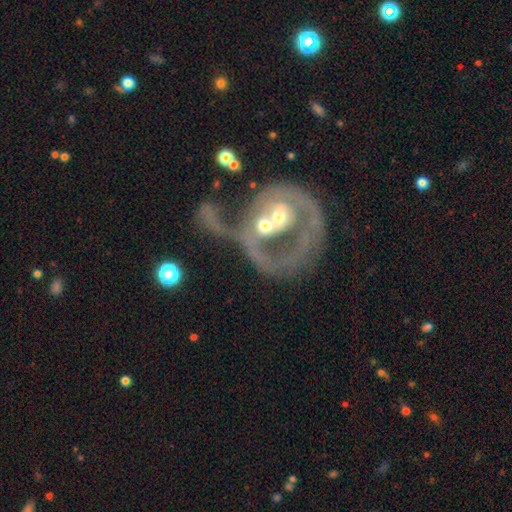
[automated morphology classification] This appears to be a featured or disk galaxy (77%) with no bar (63%), spiral arms (53%) and a moderate central bulge (59%). Merging: merger (38%).